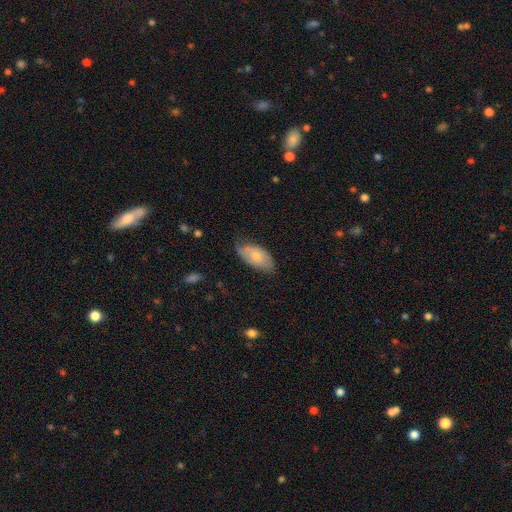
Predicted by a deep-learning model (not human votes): This is likely a smooth galaxy (70%). How rounded: clearly in between (94%). Merging: possibly none (56%).